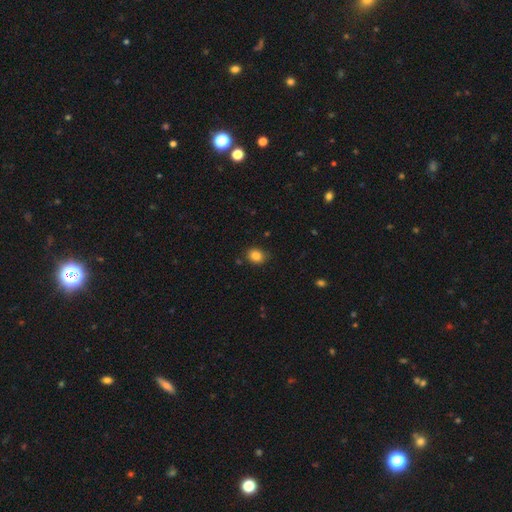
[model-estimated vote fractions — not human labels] Smooth or featured? Predicted: smooth (p=0.85). How rounded? Predicted: round (p=0.54). Merging? Predicted: none (p=0.84).